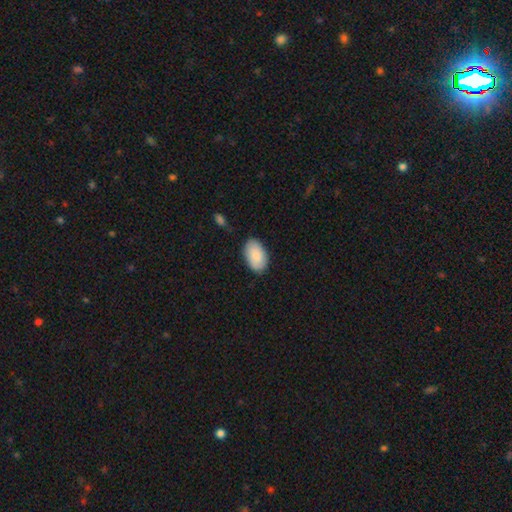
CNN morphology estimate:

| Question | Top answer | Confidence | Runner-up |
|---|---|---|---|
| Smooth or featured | smooth | 87% | featured or disk (8%) |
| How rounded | in between | 94% | round (5%) |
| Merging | none | 84% | minor disturbance (12%) |